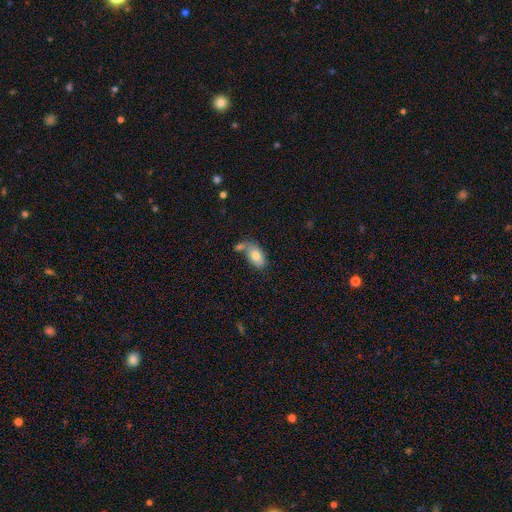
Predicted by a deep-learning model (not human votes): Smooth or featured? Predicted: smooth (p=0.76). How rounded? Predicted: in between (p=0.92). Merging? Predicted: none (p=0.41).